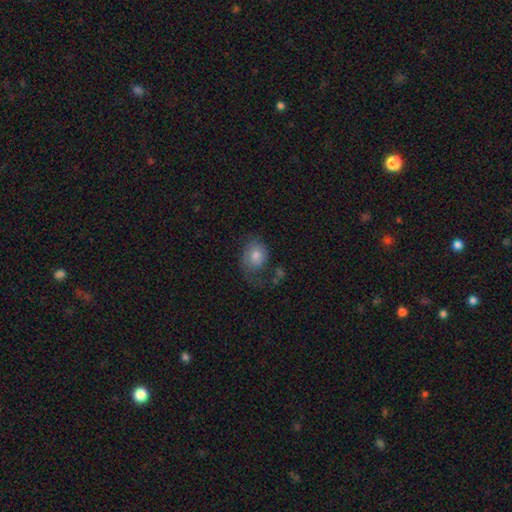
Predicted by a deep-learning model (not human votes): This appears to be a smooth galaxy with no disk features (62%) that is in between round and cigar-shaped (53%). Merging: none (38%).